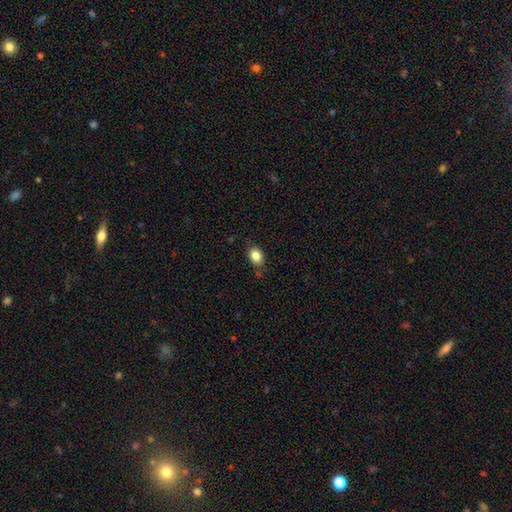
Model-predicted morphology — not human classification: smooth_or_featured: smooth (p=0.84) [alt: star or artifact p=0.09]
how_rounded: in between (p=0.72) [alt: round p=0.26]
merging: none (p=0.76) [alt: minor disturbance p=0.17]